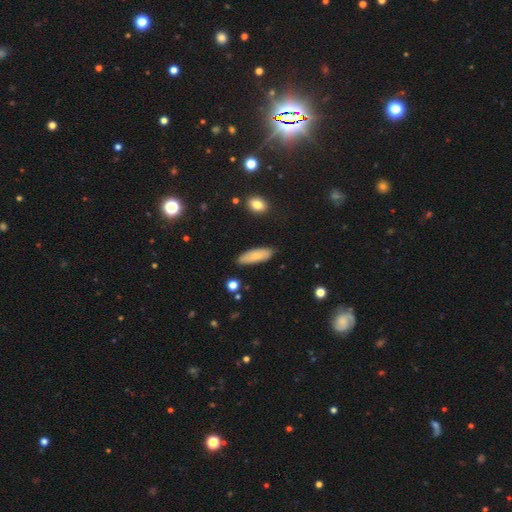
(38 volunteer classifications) Morphology: type=smooth (61%); roundness=in between (61%); merging=none (91%).